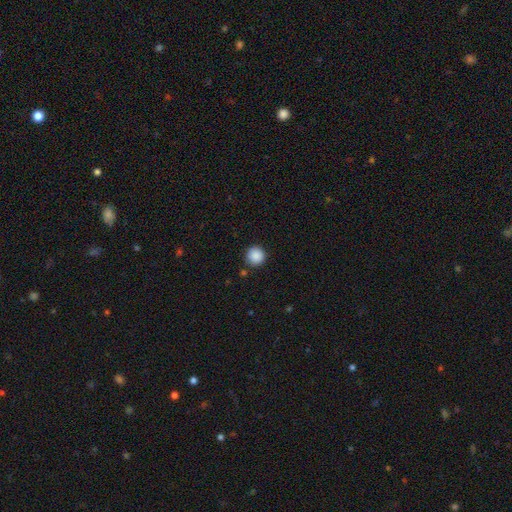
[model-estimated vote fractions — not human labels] This appears to be a smooth galaxy with no disk features (89%) that is round (95%). Merging: none (89%).